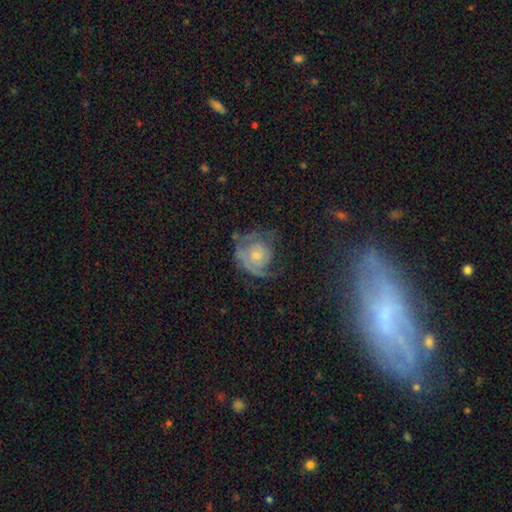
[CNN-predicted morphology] This is likely a featured or disk galaxy (69%). It is clearly not viewed edge-on (97%). Bar: likely no (78%). Spiral arm pattern: clearly yes (83%). Spiral arm count: marginally can't tell (34%). Spiral winding: possibly tight (54%). Central bulge: possibly small (54%). Merging: possibly none (48%).